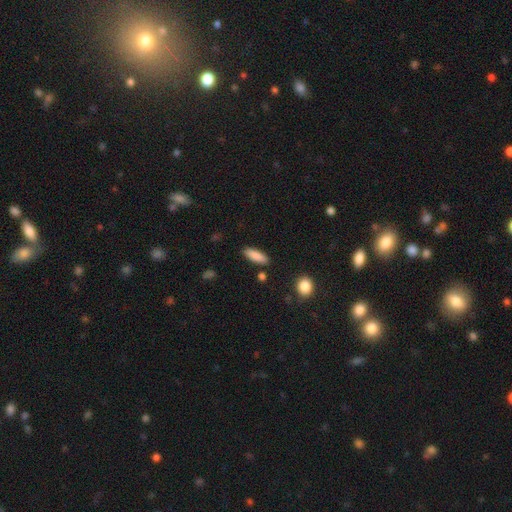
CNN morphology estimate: type=smooth (87%); roundness=in between (56%); merging=none (87%).